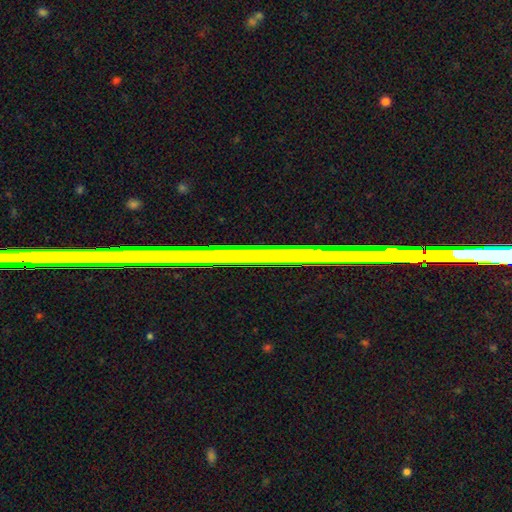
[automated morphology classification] smooth-or-featured: star or artifact: 75% | featured or disk: 16% | smooth: 9%